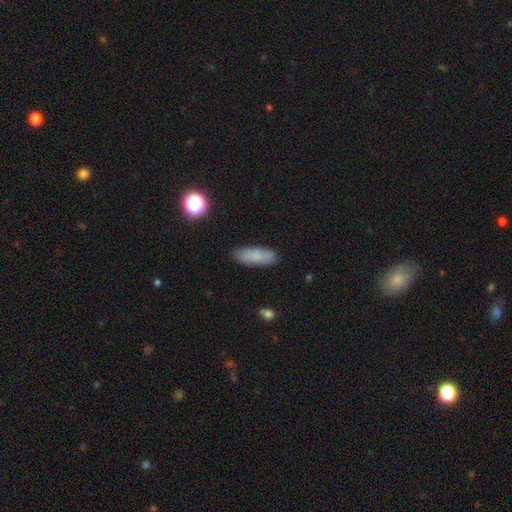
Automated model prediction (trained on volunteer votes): This is likely a smooth galaxy (78%). How rounded: likely in between (64%). Merging: clearly none (81%).